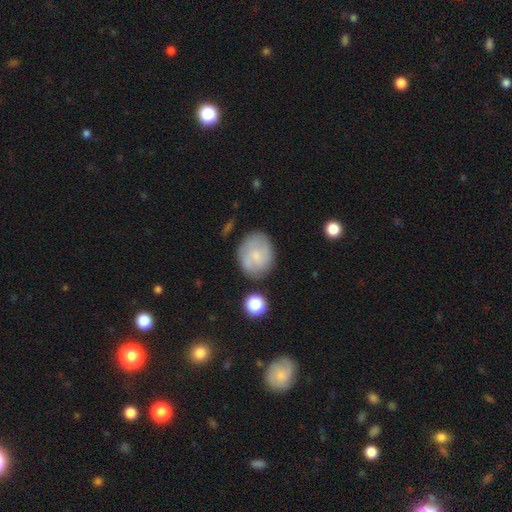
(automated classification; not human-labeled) Q: Smooth or featured?
A: smooth (53%); runner-up: featured or disk (39%)
Q: How rounded?
A: round (70%); runner-up: in between (28%)
Q: Merging?
A: none (72%); runner-up: minor disturbance (18%)